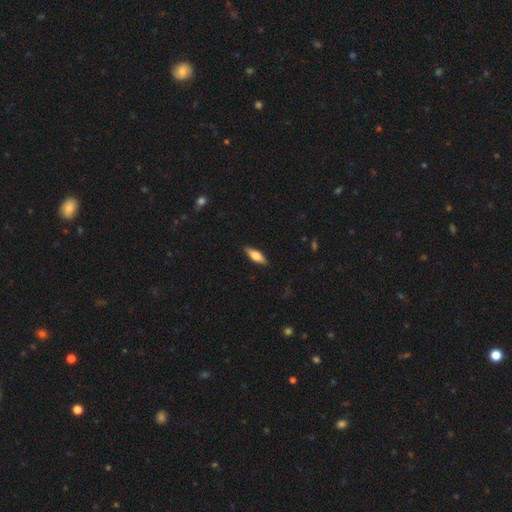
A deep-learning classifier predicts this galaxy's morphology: Smooth or featured: smooth — 59% (featured or disk — 35%)
How rounded: in between — 55% (cigar-shaped — 43%)
Merging: none — 87% (minor disturbance — 10%)